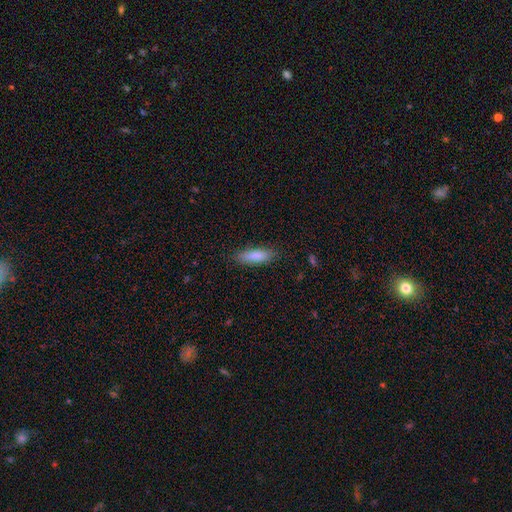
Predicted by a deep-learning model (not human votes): Smooth or featured?
  - smooth: 86% *
  - featured or disk: 8%
  - star or artifact: 6%
How rounded?
  - cigar-shaped: 54% *
  - in between: 45%
  - round: 2%
Merging?
  - none: 85% *
  - minor disturbance: 11%
  - major disturbance: 3%
  - merger: 1%